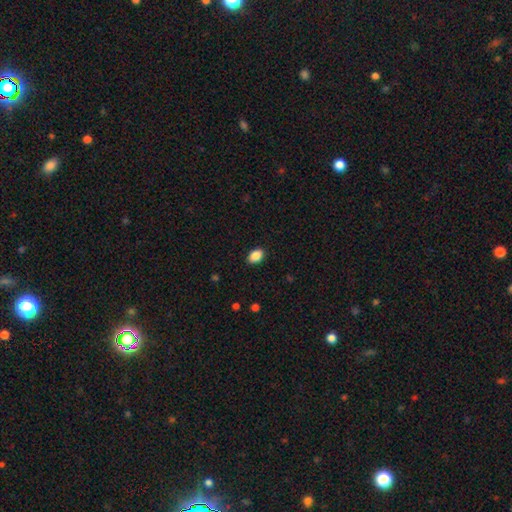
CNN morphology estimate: Smooth or featured: smooth — 89% (star or artifact — 8%)
How rounded: in between — 86% (round — 13%)
Merging: none — 89% (minor disturbance — 8%)